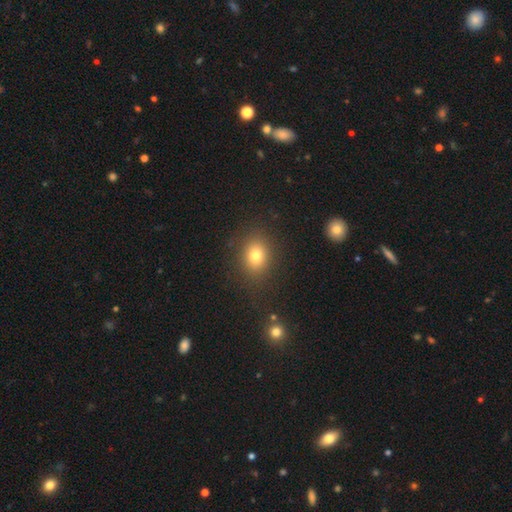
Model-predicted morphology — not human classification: Q: Smooth or featured?
A: smooth (79%); runner-up: star or artifact (13%)
Q: How rounded?
A: round (52%); runner-up: in between (47%)
Q: Merging?
A: none (83%); runner-up: minor disturbance (10%)